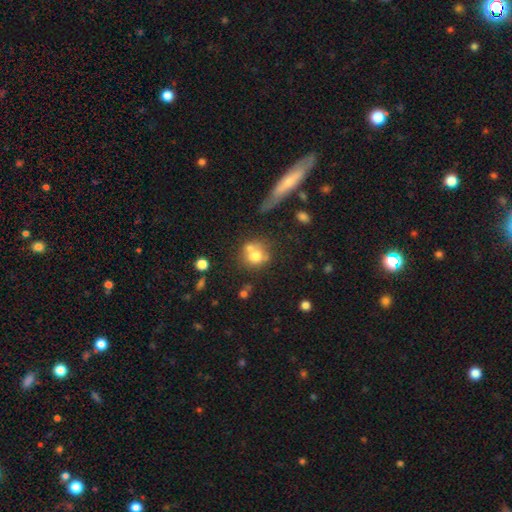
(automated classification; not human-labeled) Q: Smooth or featured?
A: smooth (68%); runner-up: featured or disk (20%)
Q: How rounded?
A: round (74%); runner-up: in between (25%)
Q: Merging?
A: none (39%); tied with: merger (39%)